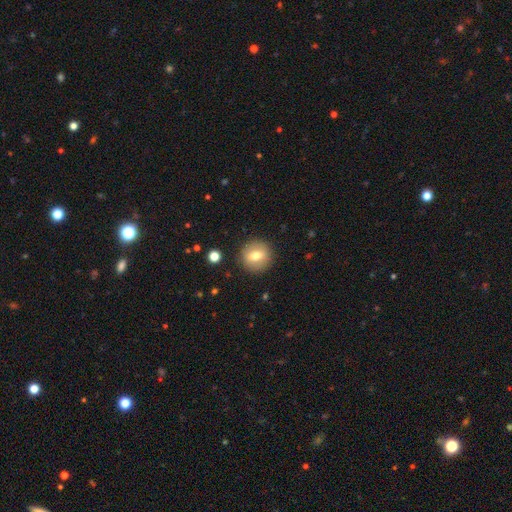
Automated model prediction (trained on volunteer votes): This is likely a smooth galaxy (63%). How rounded: clearly round (88%). Merging: clearly none (89%).